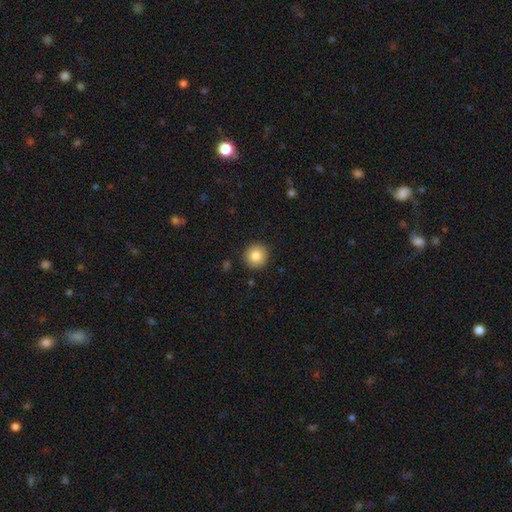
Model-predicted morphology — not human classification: A smooth galaxy with no disk features (84%) that is round (93%). Merging: none (91%).